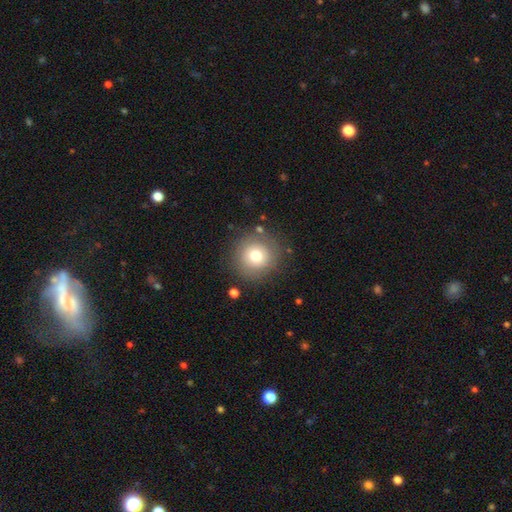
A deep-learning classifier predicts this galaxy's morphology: A smooth galaxy with no disk features (72%) that is round (94%). Merging: none (83%).